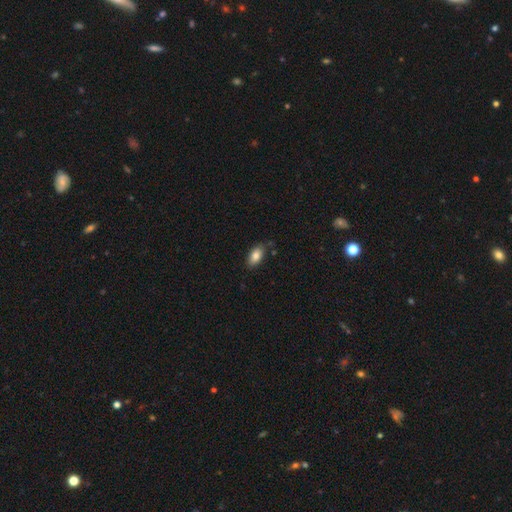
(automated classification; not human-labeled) A smooth galaxy with no disk features (84%) that is in between round and cigar-shaped (92%).

Vote fractions:
- Smooth or featured? smooth: 84% / featured or disk: 9% / star or artifact: 7%
- How rounded? in between: 92% / cigar-shaped: 4% / round: 4%
- Merging? none: 78% / minor disturbance: 16% / major disturbance: 3% / merger: 3%